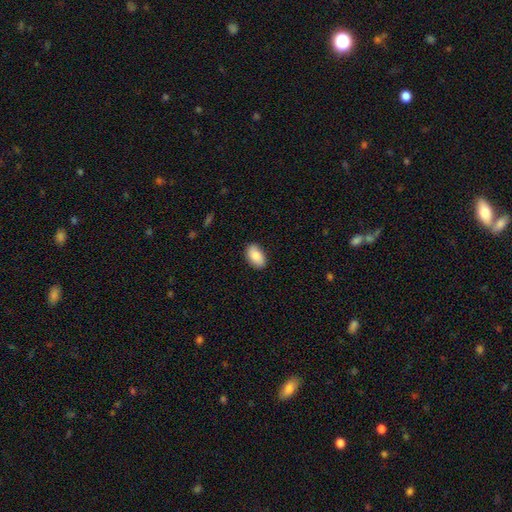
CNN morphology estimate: A smooth galaxy with no disk features (87%) that is in between round and cigar-shaped (93%). Merging: none (87%).